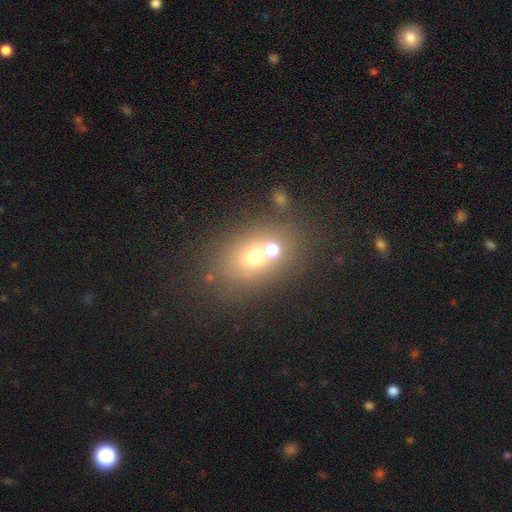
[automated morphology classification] Smooth or featured? smooth (62%)
How rounded? in between (53%)
Merging? merger (44%)